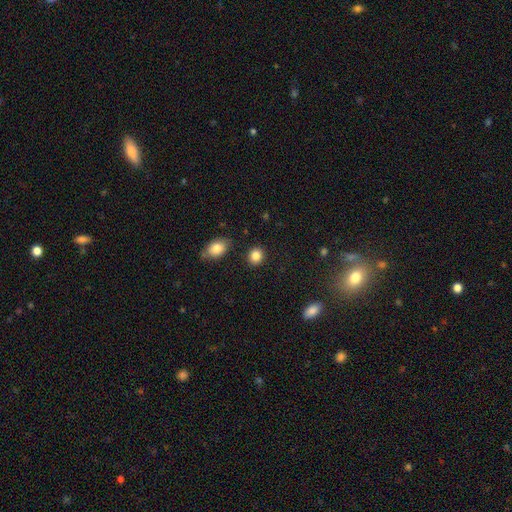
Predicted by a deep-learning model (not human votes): Morphology: type=smooth (85%); roundness=round (77%); merging=none (87%).